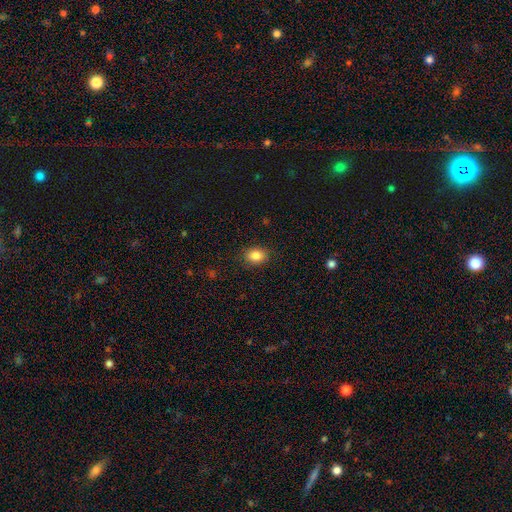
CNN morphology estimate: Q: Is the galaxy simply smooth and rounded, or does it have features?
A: smooth — 86%.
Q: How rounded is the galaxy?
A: in between — 64%.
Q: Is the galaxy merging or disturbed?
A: none — 88%.